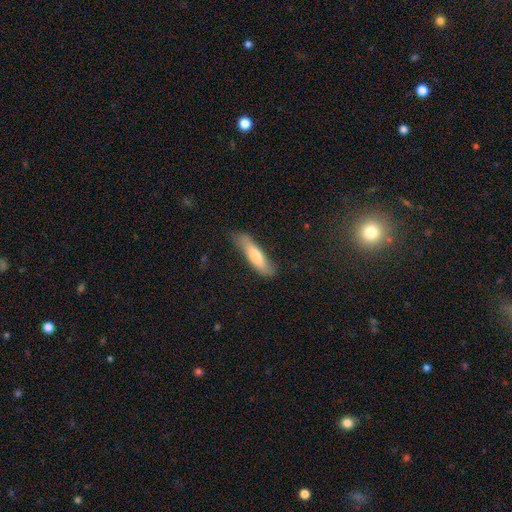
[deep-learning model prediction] A smooth galaxy with no disk features (69%) that is cigar-shaped (72%). Merging: none (70%).